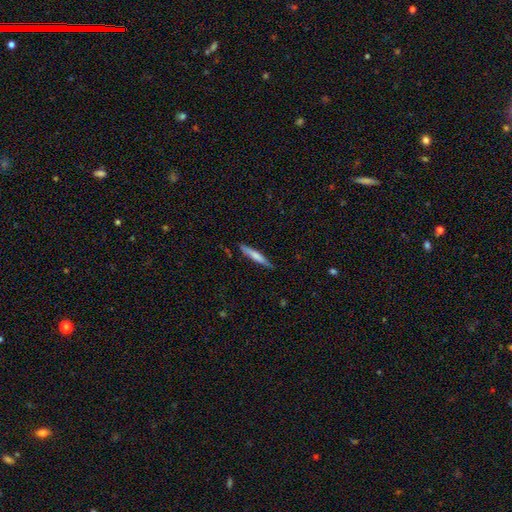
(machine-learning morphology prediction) A smooth galaxy with no disk features (63%) that is cigar-shaped (93%). Merging: none (84%).